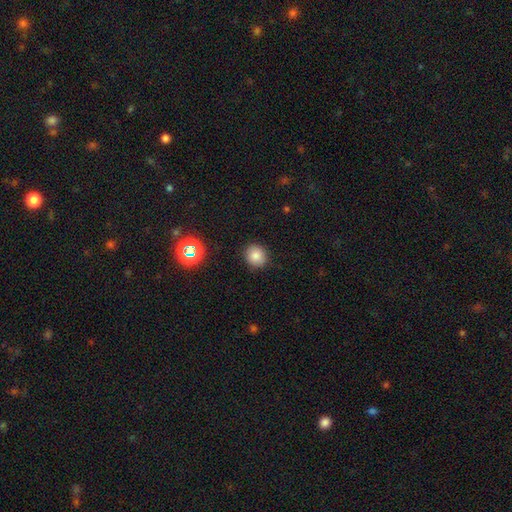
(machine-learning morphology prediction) Smooth or featured?
  - smooth: 81% *
  - star or artifact: 13%
  - featured or disk: 6%
How rounded?
  - round: 84% *
  - in between: 15%
  - cigar-shaped: 1%
Merging?
  - none: 89% *
  - minor disturbance: 8%
  - major disturbance: 2%
  - merger: 1%